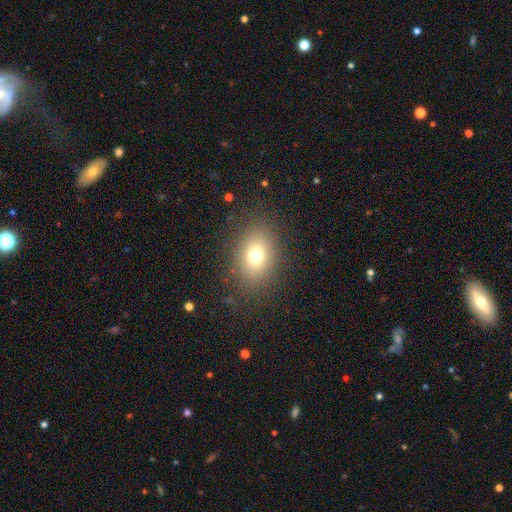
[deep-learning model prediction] smooth_or_featured: smooth (p=0.73) [alt: star or artifact p=0.15]
how_rounded: in between (p=0.62) [alt: round p=0.37]
merging: none (p=0.84) [alt: minor disturbance p=0.10]